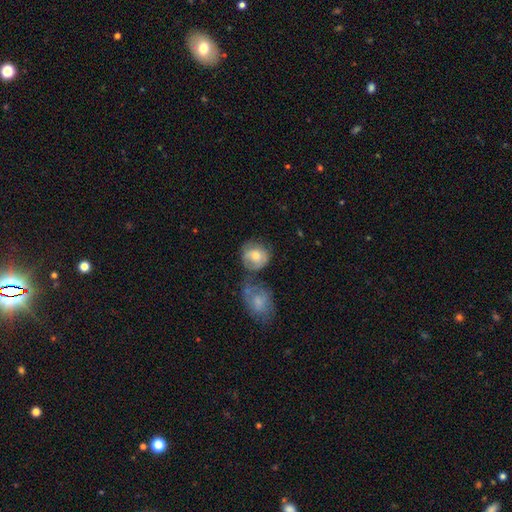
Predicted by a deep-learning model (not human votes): Smooth or featured? smooth (59%)
How rounded? round (76%)
Merging? none (43%)